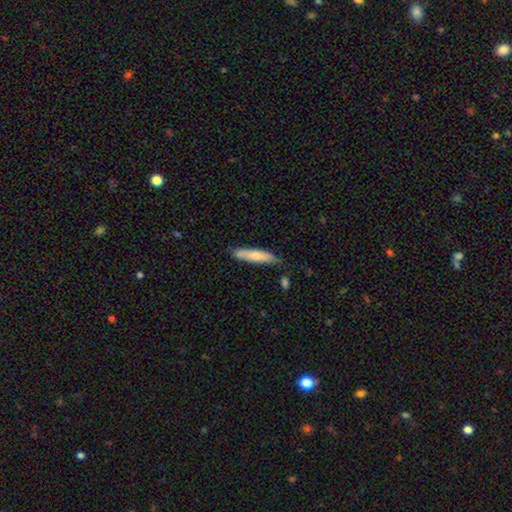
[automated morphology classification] Smooth or featured: smooth — 71% (featured or disk — 23%)
How rounded: cigar-shaped — 81% (in between — 17%)
Merging: none — 76% (minor disturbance — 18%)